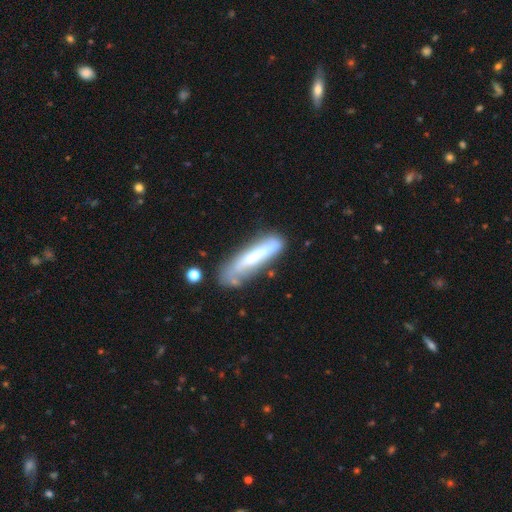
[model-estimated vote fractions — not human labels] Morphology: type=smooth (52%); roundness=cigar-shaped (81%); merging=none (52%).